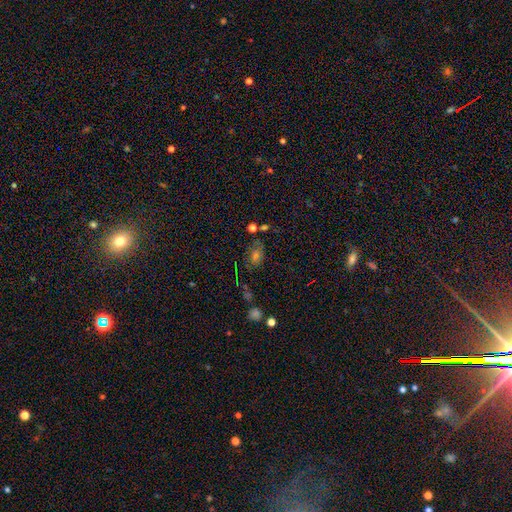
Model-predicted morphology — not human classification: The model was most divided on "smooth or featured": smooth: 40%, star or artifact: 35%, featured or disk: 24%. More confident: merging — none (66%).